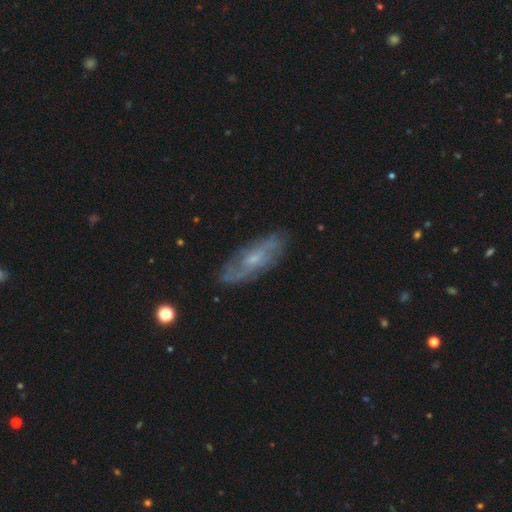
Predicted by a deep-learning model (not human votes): Smooth or featured? Predicted: featured or disk (p=0.64). Edge-on disk? Predicted: no (p=0.76). Merging? Predicted: none (p=0.81).